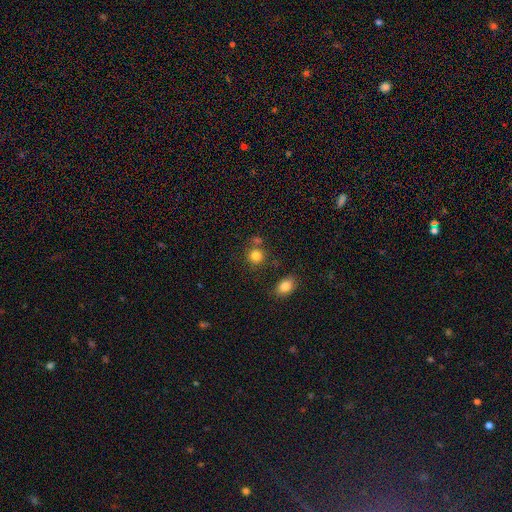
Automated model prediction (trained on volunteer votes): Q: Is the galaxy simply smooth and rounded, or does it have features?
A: smooth — 83%.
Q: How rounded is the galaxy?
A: round — 85%.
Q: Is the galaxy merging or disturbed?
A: none — 70%.